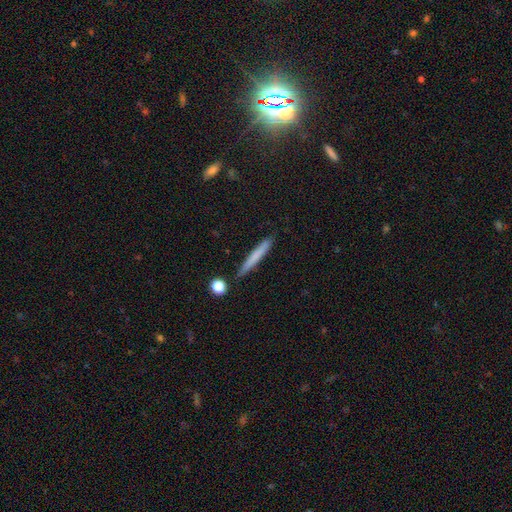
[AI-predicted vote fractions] Smooth or featured? smooth (68%)
How rounded? cigar-shaped (96%)
Merging? none (87%)